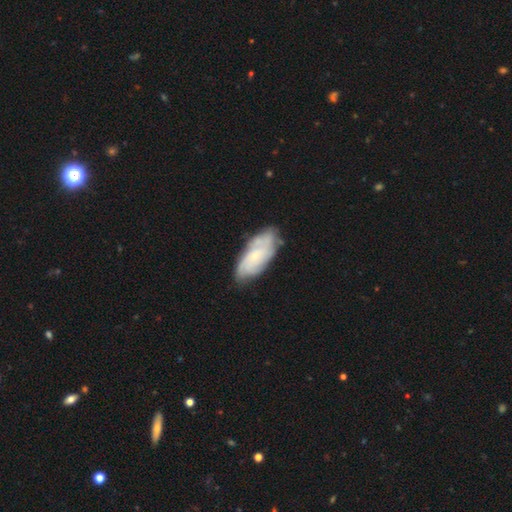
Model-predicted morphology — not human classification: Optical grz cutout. It shows a featured or disk galaxy (61%) with no bar (73%), spiral arms (85%) and a small central bulge (70%). Merging: none (71%).